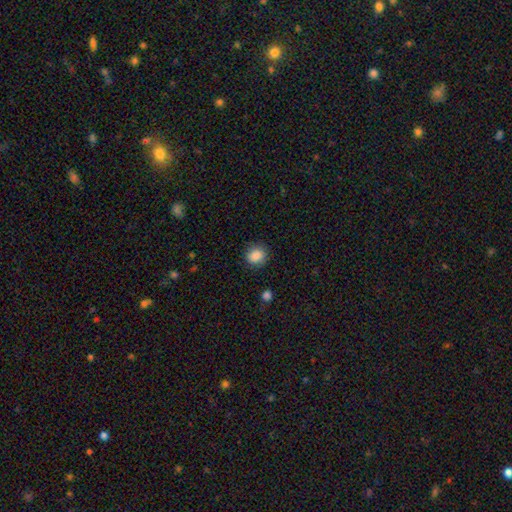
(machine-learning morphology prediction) Smooth or featured: smooth — 86% (star or artifact — 9%)
How rounded: round — 85% (in between — 14%)
Merging: none — 86% (minor disturbance — 10%)